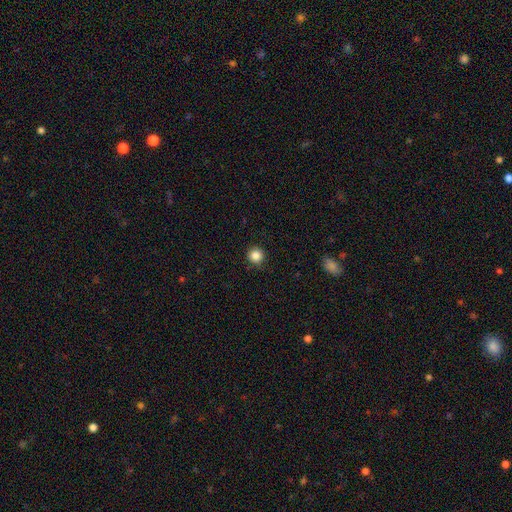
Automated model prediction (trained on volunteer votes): smooth 85%, star or artifact 11%, featured or disk 4%. Down the decision tree: how rounded — round (95%); merging — none (90%).